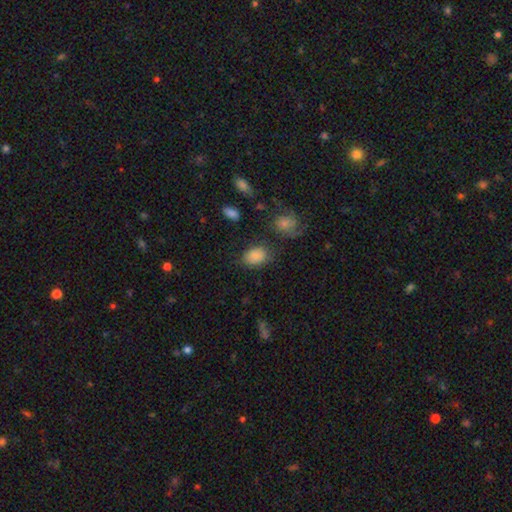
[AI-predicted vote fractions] A smooth galaxy with no disk features (81%) that is in between round and cigar-shaped (74%). Merging: none (69%).